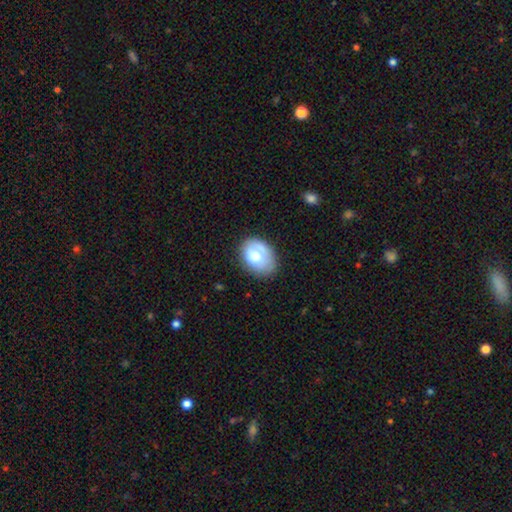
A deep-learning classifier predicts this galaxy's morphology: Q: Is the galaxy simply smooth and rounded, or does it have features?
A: smooth — 71%.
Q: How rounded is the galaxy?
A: in between — 73%.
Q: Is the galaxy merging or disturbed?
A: none — 67%.